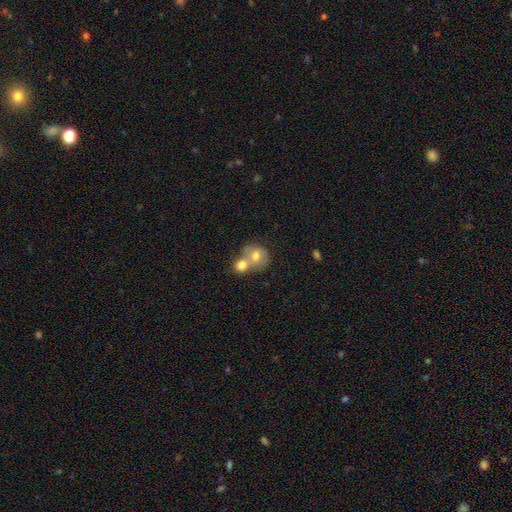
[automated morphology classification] smooth_or_featured: smooth (p=0.69) [alt: featured or disk p=0.23]
how_rounded: round (p=0.73) [alt: in between p=0.26]
merging: merger (p=0.64) [alt: none p=0.26]